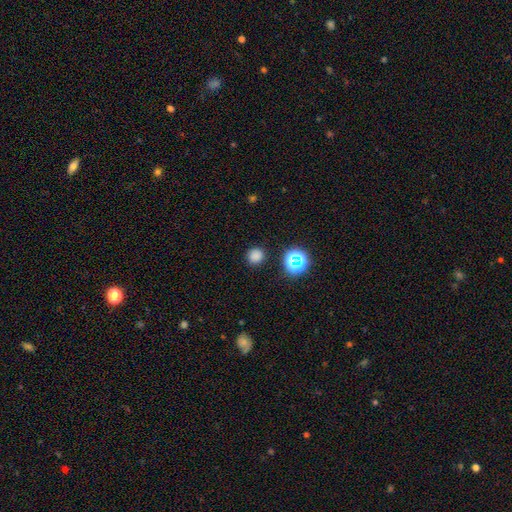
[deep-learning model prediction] A smooth galaxy with no disk features (77%) that is round (88%). Merging: none (88%).